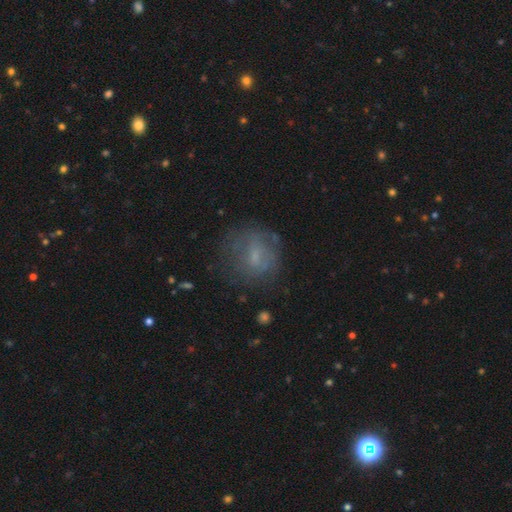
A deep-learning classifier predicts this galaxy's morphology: Smooth or featured?
  - smooth: 52% *
  - featured or disk: 34%
  - star or artifact: 14%
How rounded?
  - round: 75% *
  - in between: 23%
  - cigar-shaped: 1%
Merging?
  - none: 63% *
  - minor disturbance: 20%
  - major disturbance: 15%
  - merger: 2%